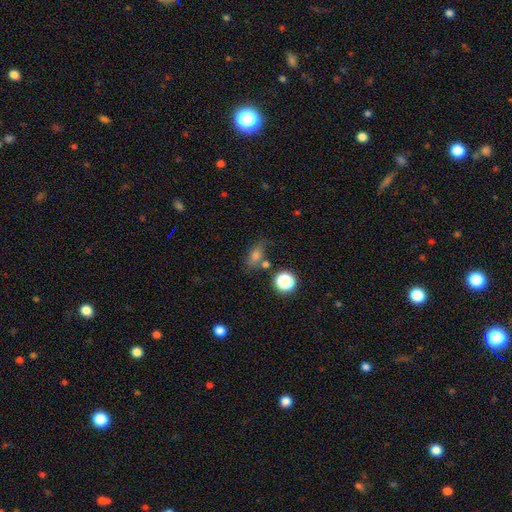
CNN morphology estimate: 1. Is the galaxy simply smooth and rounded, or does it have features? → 70% smooth, 18% star or artifact, 12% featured or disk.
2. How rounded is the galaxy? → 71% in between, 20% round, 9% cigar-shaped.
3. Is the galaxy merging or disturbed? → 63% none, 20% minor disturbance, 10% merger, 7% major disturbance.